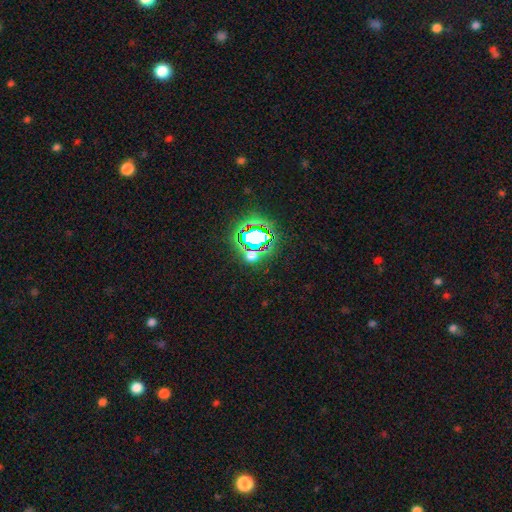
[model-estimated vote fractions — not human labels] A star or artifact, not a galaxy (81%).